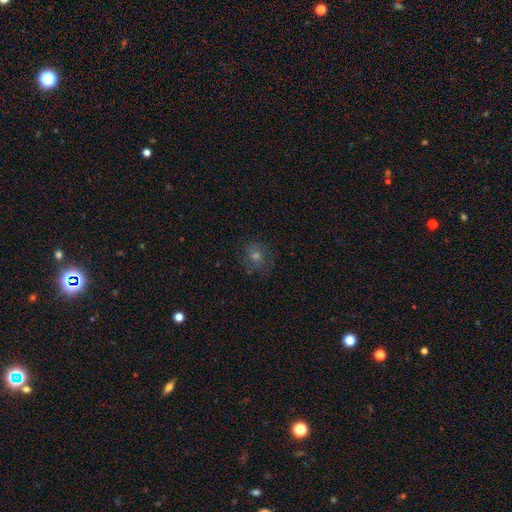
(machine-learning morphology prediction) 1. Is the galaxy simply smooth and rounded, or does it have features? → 43% featured or disk, 34% smooth, 23% star or artifact.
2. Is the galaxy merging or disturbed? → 79% none, 14% minor disturbance, 6% major disturbance, 1% merger.